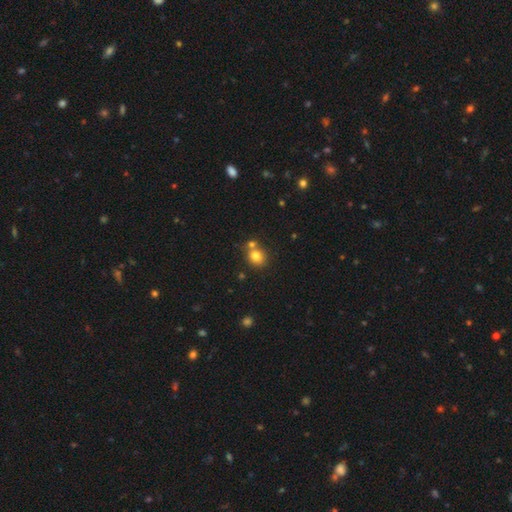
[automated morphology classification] A smooth galaxy with no disk features (79%) that is round (73%). Merging: none (60%).